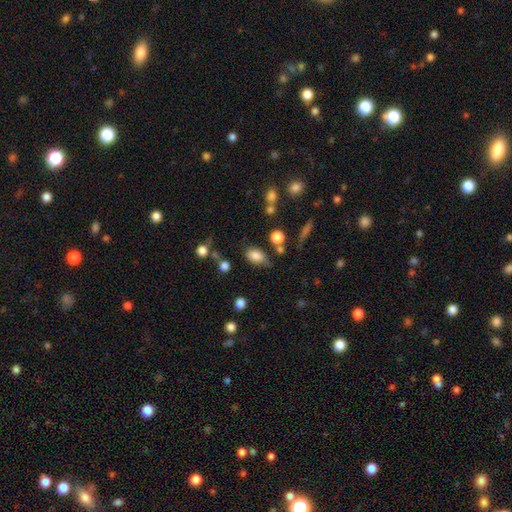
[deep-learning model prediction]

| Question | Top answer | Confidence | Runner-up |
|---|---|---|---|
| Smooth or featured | smooth | 82% | star or artifact (9%) |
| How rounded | in between | 84% | round (14%) |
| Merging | none | 58% | minor disturbance (26%) |